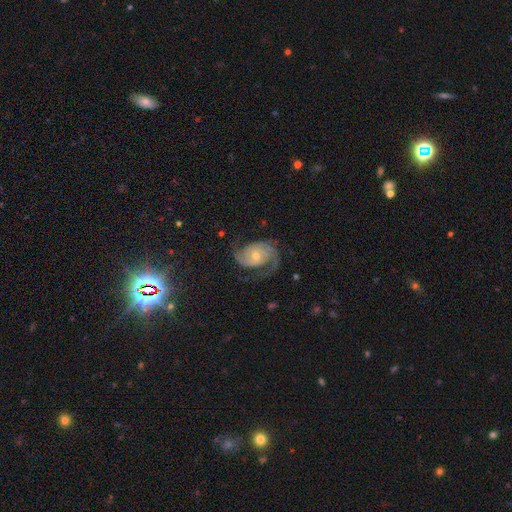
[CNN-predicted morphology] A featured or disk galaxy (88%) with no bar (65%), 2 (71%) medium (49%) spiral arms (98%) and a small central bulge (55%).

Vote fractions:
- Smooth or featured? featured or disk: 88% / star or artifact: 7% / smooth: 5%
- Edge-on disk? no: 98% / yes: 2%
- Bar? no: 65% / weak: 27% / strong: 8%
- Spiral arms? yes: 98% / no: 2%
- Spiral winding? medium: 49% / tight: 38% / loose: 13%
- Spiral arm count? 2: 71% / 3: 14% / can't tell: 6% / 1: 3% / 4: 3% / more than 4: 3%
- Bulge size? small: 55% / moderate: 41% / large: 2% / none: 2% / dominant: 1%
- Merging? none: 73% / minor disturbance: 16% / major disturbance: 9% / merger: 1%